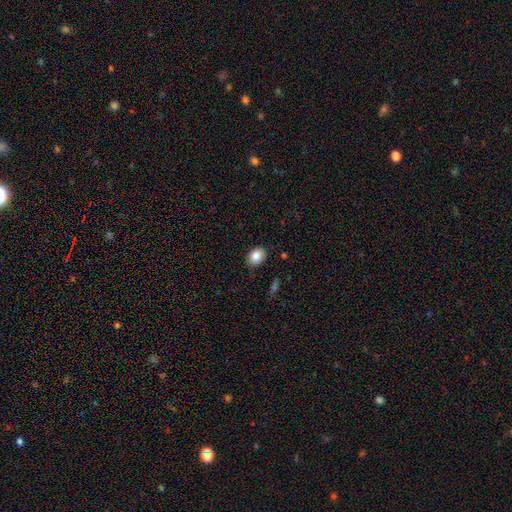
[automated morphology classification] This is clearly a smooth galaxy (85%). How rounded: likely in between (67%). Merging: clearly none (80%).